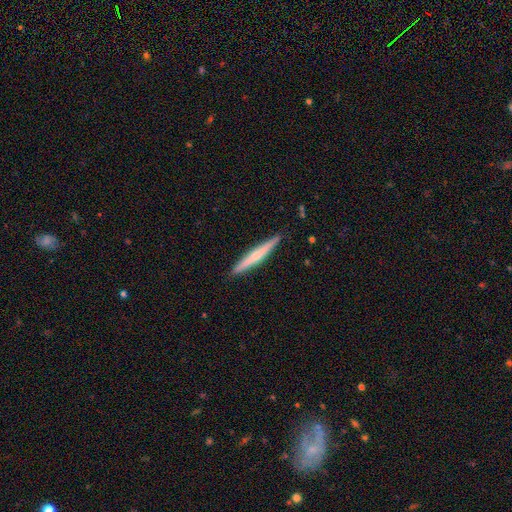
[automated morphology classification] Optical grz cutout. It shows a featured or disk galaxy (50%) viewed edge-on (97%). Merging: none (91%).